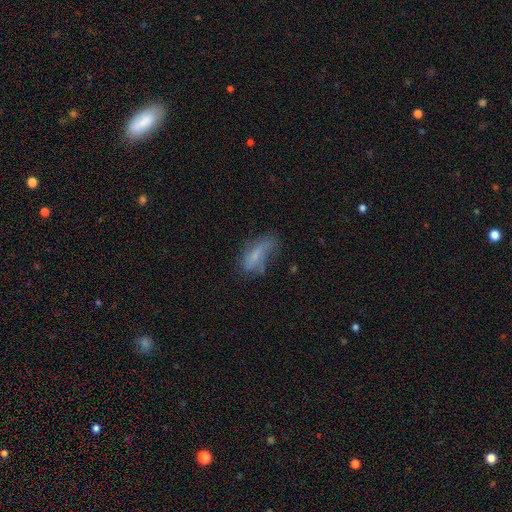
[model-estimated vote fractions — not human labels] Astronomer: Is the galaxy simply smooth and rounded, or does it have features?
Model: smooth — 57%.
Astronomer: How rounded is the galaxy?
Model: in between — 77%.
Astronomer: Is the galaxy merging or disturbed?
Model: none — 36% (runner-up: minor disturbance, 30%).